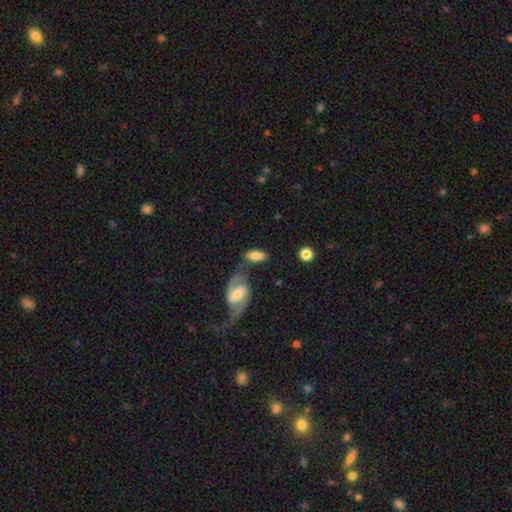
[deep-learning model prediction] smooth-or-featured: smooth: 66% | featured or disk: 27% | star or artifact: 7%
  how-rounded: in between: 81% | cigar-shaped: 14% | round: 4%
  merging: none: 55% | merger: 20% | minor disturbance: 17% | major disturbance: 8%